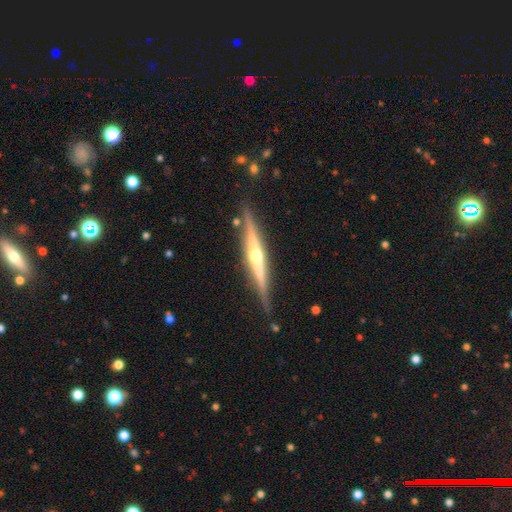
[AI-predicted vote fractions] Morphology: type=featured or disk (82%); edge-on=yes (98%); edge-on bulge=rounded (90%); merging=none (86%).